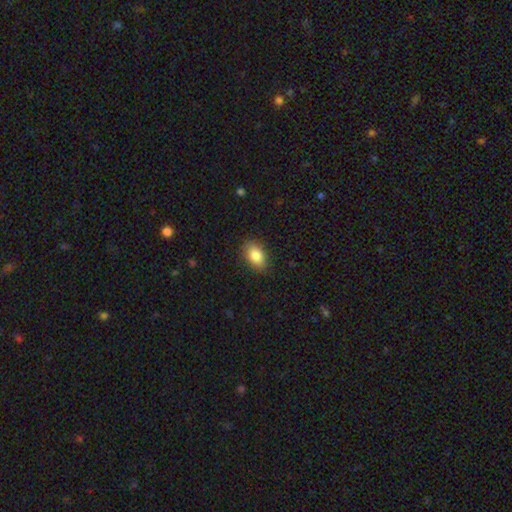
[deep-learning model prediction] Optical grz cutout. It shows a smooth galaxy with no disk features (86%) that is in between round and cigar-shaped (87%). Merging: none (85%).